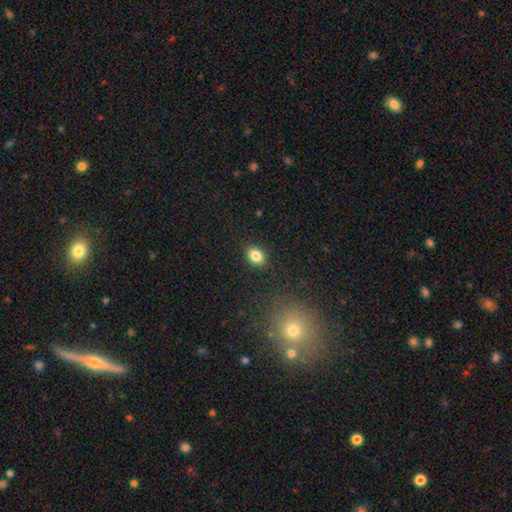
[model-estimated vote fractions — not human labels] Smooth or featured? Predicted: smooth (p=0.84). How rounded? Predicted: in between (p=0.66). Merging? Predicted: none (p=0.88).